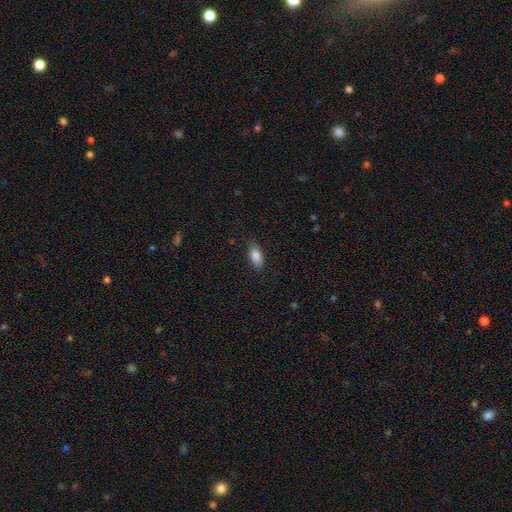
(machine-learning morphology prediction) Smooth or featured?
  - smooth: 86% *
  - star or artifact: 7%
  - featured or disk: 6%
How rounded?
  - in between: 86% *
  - cigar-shaped: 11%
  - round: 3%
Merging?
  - none: 81% *
  - minor disturbance: 15%
  - major disturbance: 3%
  - merger: 1%